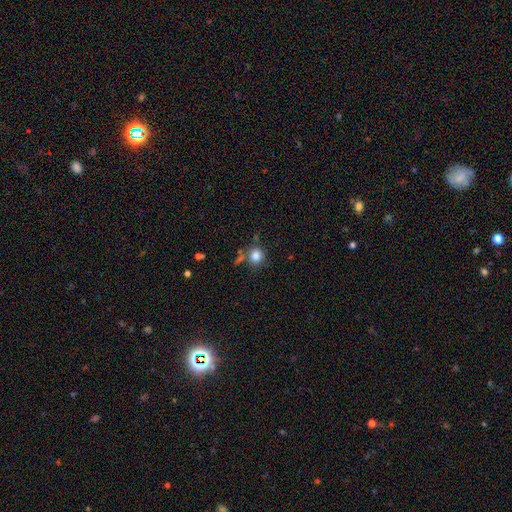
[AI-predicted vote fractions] Morphology: type=smooth (83%); roundness=round (85%); merging=none (71%).